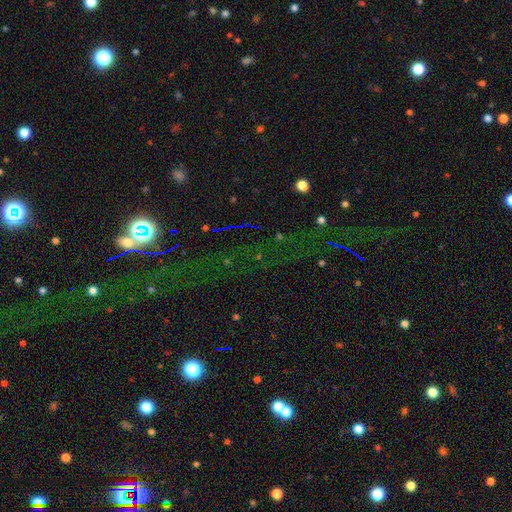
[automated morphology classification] Smooth or featured? star or artifact (72%)